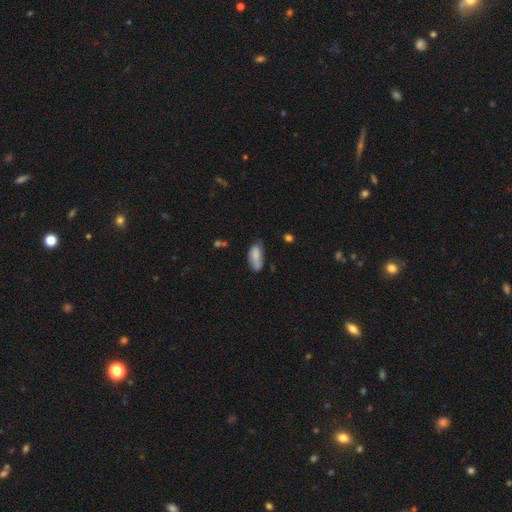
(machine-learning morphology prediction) smooth_or_featured: smooth (p=0.77) [alt: featured or disk p=0.16]
how_rounded: in between (p=0.86) [alt: cigar-shaped p=0.11]
merging: none (p=0.51) [alt: minor disturbance p=0.34]